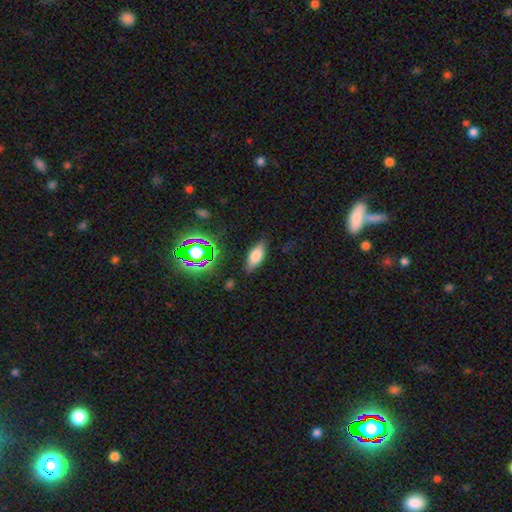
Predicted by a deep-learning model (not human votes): Smooth or featured?
  - smooth: 69% *
  - featured or disk: 18%
  - star or artifact: 13%
How rounded?
  - in between: 75% *
  - cigar-shaped: 22%
  - round: 3%
Merging?
  - none: 81% *
  - minor disturbance: 13%
  - major disturbance: 4%
  - merger: 2%